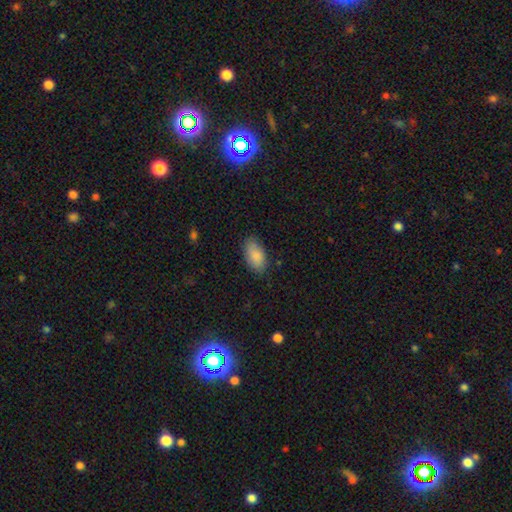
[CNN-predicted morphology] smooth-or-featured: smooth: 88% | star or artifact: 6% | featured or disk: 6%
  how-rounded: in between: 94% | cigar-shaped: 3% | round: 3%
  merging: none: 83% | minor disturbance: 13% | major disturbance: 3% | merger: 1%